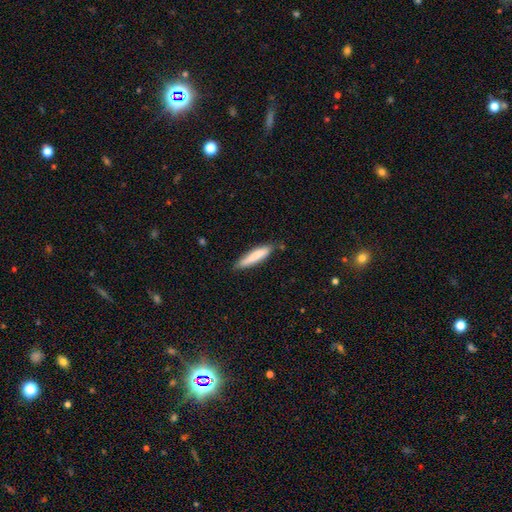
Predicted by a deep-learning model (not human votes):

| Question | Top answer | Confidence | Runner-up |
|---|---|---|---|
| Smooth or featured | smooth | 80% | featured or disk (15%) |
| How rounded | cigar-shaped | 84% | in between (15%) |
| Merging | none | 80% | minor disturbance (16%) |